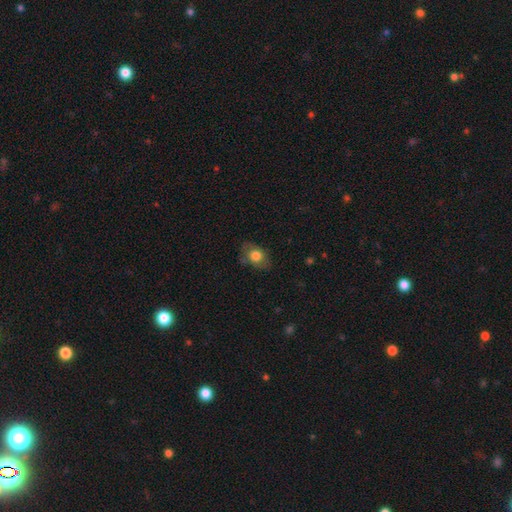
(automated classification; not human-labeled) Smooth or featured? smooth (71%)
How rounded? in between (75%)
Merging? none (72%)